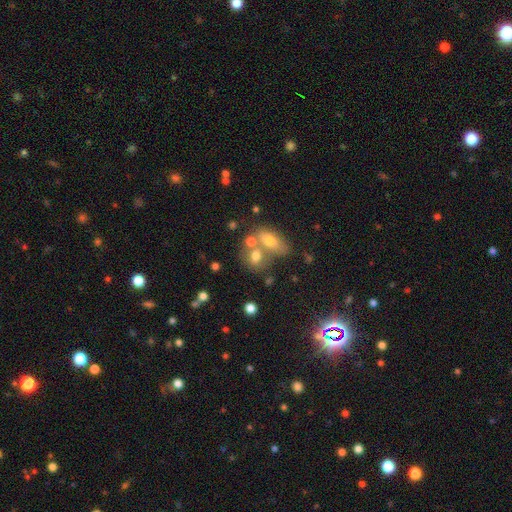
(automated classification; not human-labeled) A smooth galaxy with no disk features (68%) that is in between round and cigar-shaped (62%).

Vote fractions:
- Smooth or featured? smooth: 68% / featured or disk: 19% / star or artifact: 13%
- How rounded? in between: 62% / round: 35% / cigar-shaped: 3%
- Merging? merger: 49% / none: 35% / minor disturbance: 11% / major disturbance: 6%